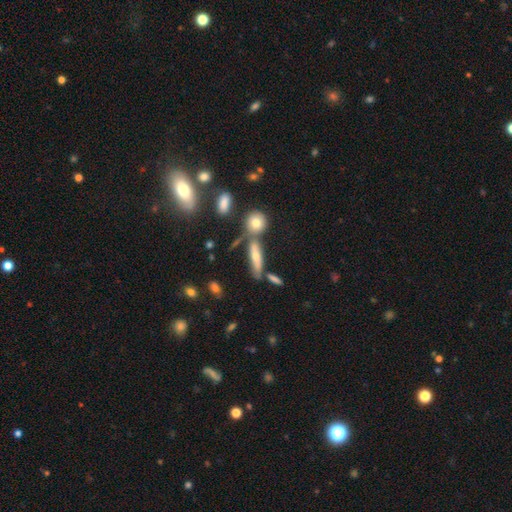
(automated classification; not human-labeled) Q: Smooth or featured?
A: smooth (46%); runner-up: featured or disk (41%)
Q: Merging?
A: none (60%); runner-up: merger (18%)